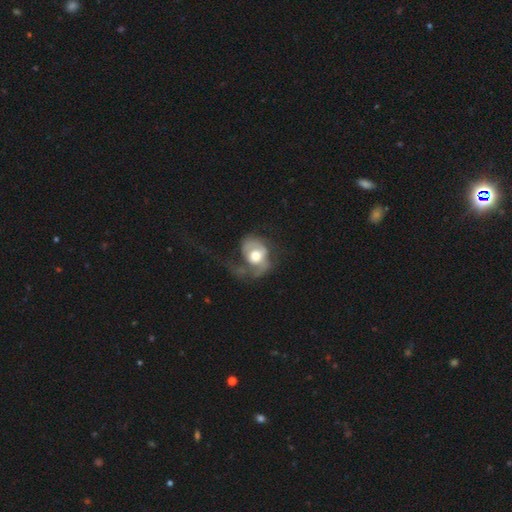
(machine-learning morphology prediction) Smooth or featured: featured or disk — 60% (smooth — 34%)
Edge-on disk: no — 97% (yes — 3%)
Bar: no — 76% (weak — 19%)
Spiral arms: yes — 65% (no — 35%)
Bulge size: moderate — 59% (large — 31%)
Merging: major disturbance — 54% (none — 24%)